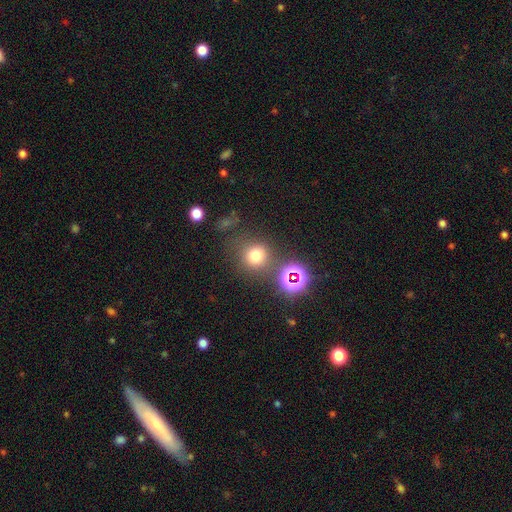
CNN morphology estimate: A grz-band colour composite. It shows a smooth galaxy with no disk features (71%) that is round (89%). Merging: none (70%).